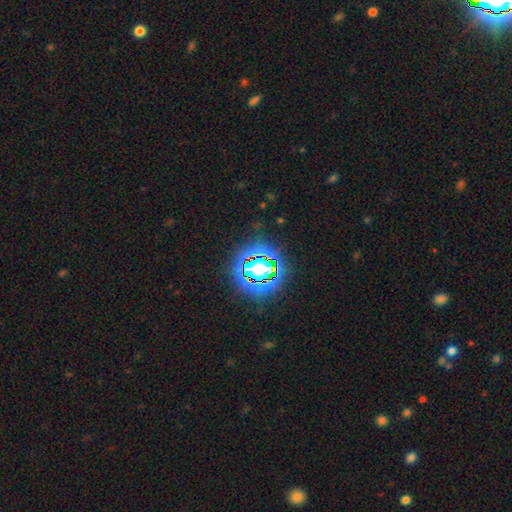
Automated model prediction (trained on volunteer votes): This appears to be a star or artifact, not a galaxy (85%).